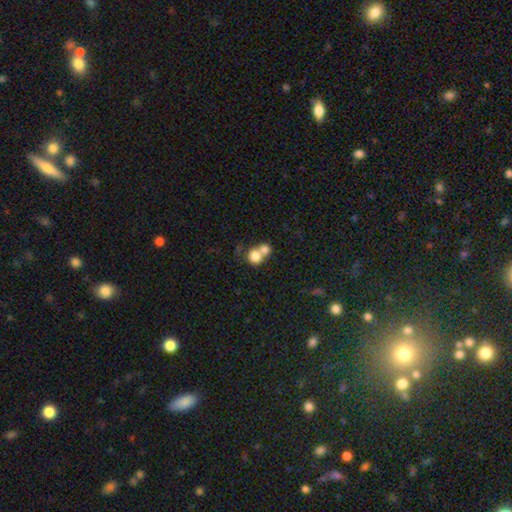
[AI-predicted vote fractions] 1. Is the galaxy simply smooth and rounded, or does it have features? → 78% smooth, 13% featured or disk, 9% star or artifact.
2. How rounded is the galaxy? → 80% round, 19% in between, 1% cigar-shaped.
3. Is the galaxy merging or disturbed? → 62% merger, 29% none, 5% minor disturbance, 3% major disturbance.